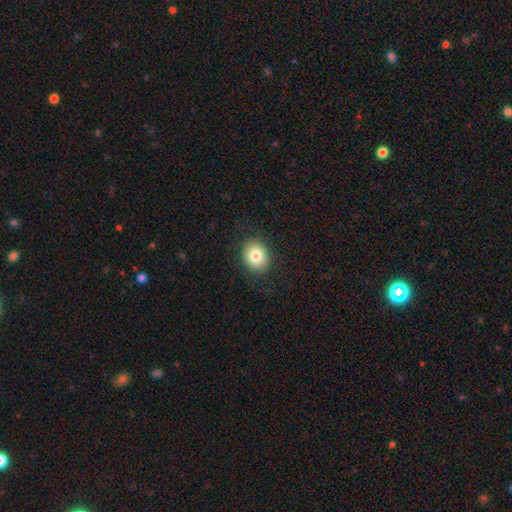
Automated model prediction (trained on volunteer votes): The model was most divided on "how rounded": round: 61%, in between: 39%, cigar-shaped: 1%. More confident: merging — none (86%); smooth or featured — smooth (81%).